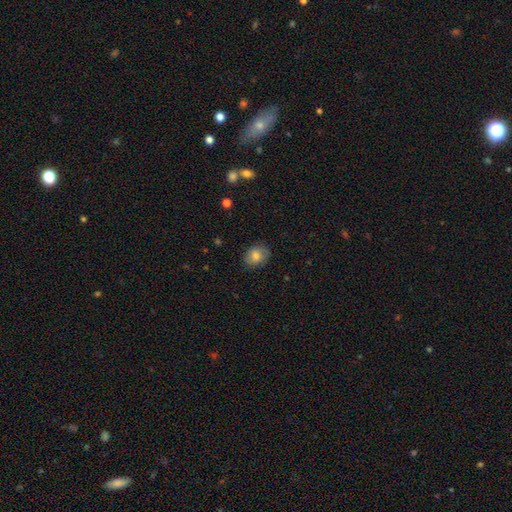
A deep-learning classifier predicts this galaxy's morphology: A smooth galaxy with no disk features (77%) that is in between round and cigar-shaped (54%).

Vote fractions:
- Smooth or featured? smooth: 77% / featured or disk: 14% / star or artifact: 9%
- How rounded? in between: 54% / round: 45% / cigar-shaped: 1%
- Merging? none: 85% / minor disturbance: 12% / major disturbance: 3% / merger: 1%